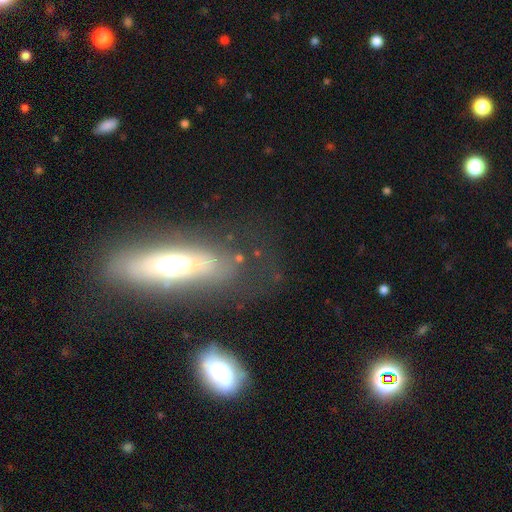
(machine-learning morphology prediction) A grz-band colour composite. It shows a featured or disk galaxy (50%). Merging: none (60%).